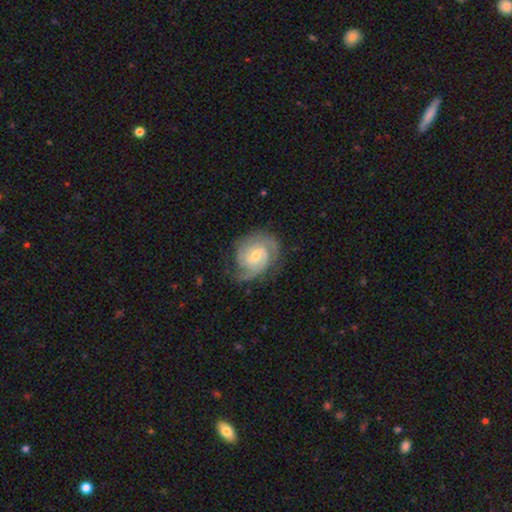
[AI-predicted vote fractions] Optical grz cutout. It shows a featured or disk galaxy (89%) with no bar (51%), 2 (51%) tight (65%) spiral arms (97%) and a small central bulge (55%). Merging: none (74%).